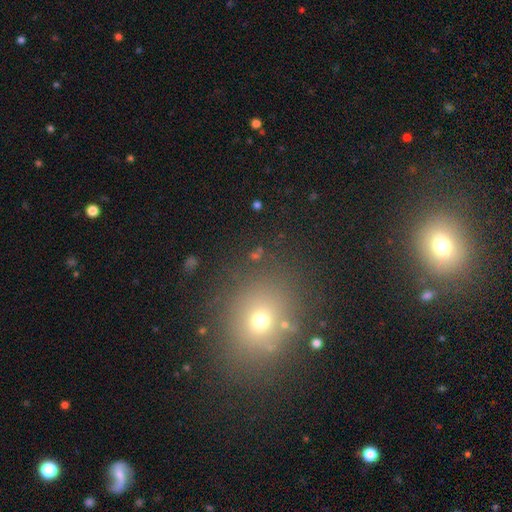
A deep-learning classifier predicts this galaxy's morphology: The model was most divided on "smooth or featured": smooth: 57%, star or artifact: 32%, featured or disk: 11%. More confident: merging — none (81%); how rounded — round (69%).